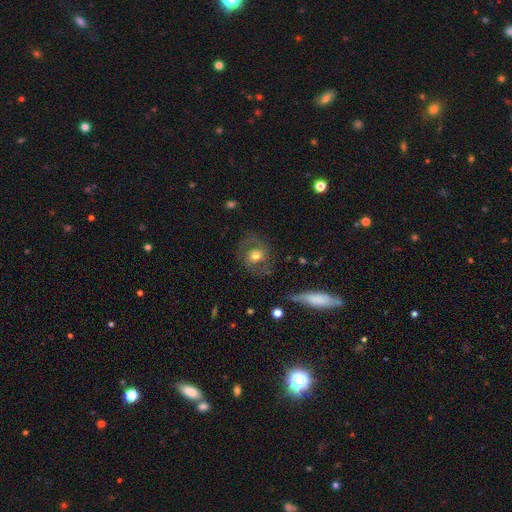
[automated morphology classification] Smooth or featured: featured or disk — 62% (smooth — 30%)
Edge-on disk: no — 96% (yes — 4%)
Bar: no — 65% (weak — 27%)
Spiral arms: yes — 76% (no — 24%)
Bulge size: moderate — 69% (large — 14%)
Merging: none — 72% (minor disturbance — 15%)